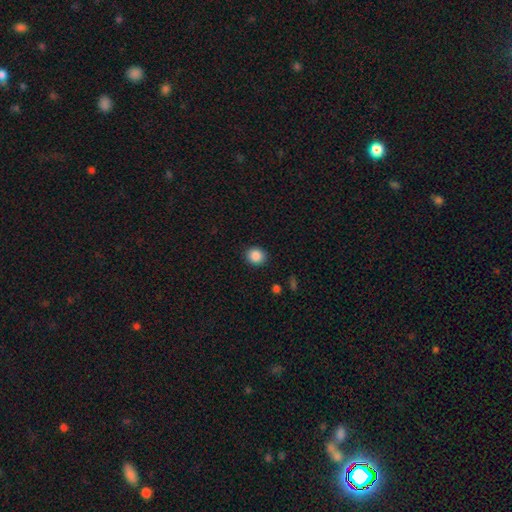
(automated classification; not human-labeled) Overall: smooth (87%). How rounded: round (80%). Merging: none (90%).